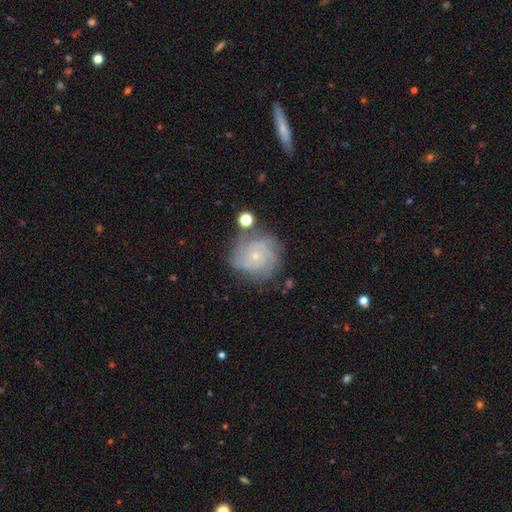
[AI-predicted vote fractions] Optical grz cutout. It shows a featured or disk galaxy (77%) with no bar (82%), tight (64%) spiral arms (94%) and a small central bulge (83%). Merging: none (70%).